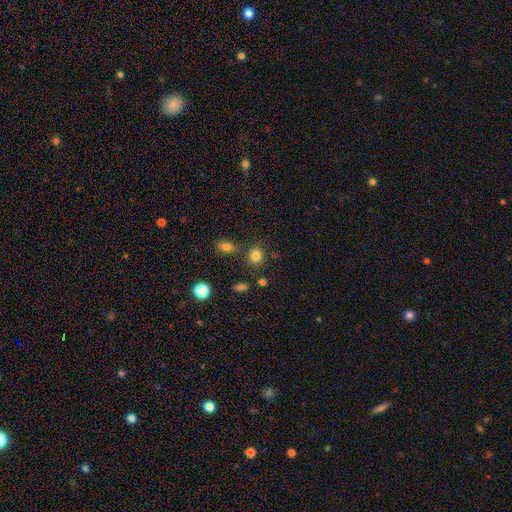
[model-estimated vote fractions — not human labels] The model was most divided on "how rounded": round: 79%, in between: 20%, cigar-shaped: 1%. More confident: smooth or featured — smooth (82%); merging — none (77%).